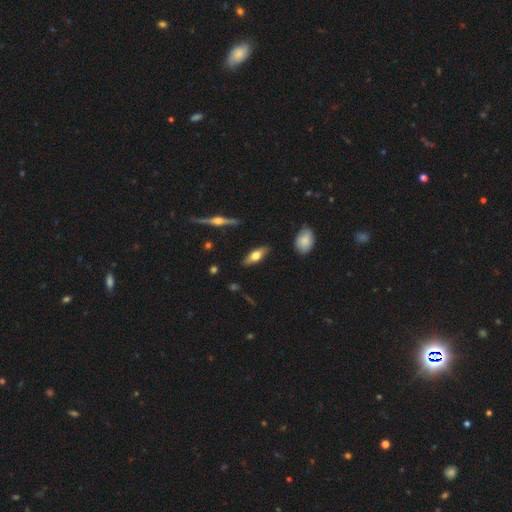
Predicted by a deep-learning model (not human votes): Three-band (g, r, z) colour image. It shows a smooth galaxy with no disk features (49%). Merging: none (86%).